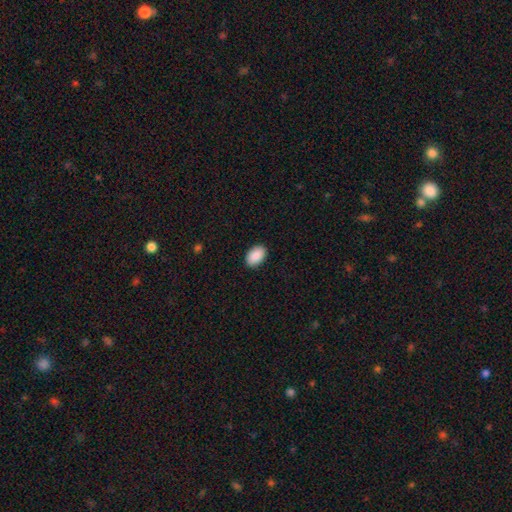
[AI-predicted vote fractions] Smooth or featured? Predicted: smooth (p=0.91). How rounded? Predicted: in between (p=0.91). Merging? Predicted: none (p=0.90).